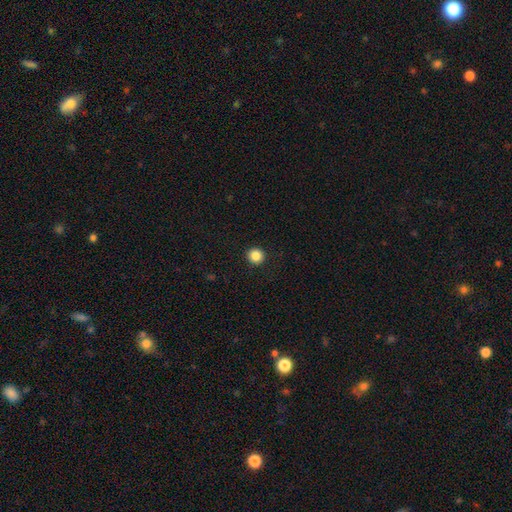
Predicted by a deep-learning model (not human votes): smooth-or-featured: smooth: 86% | star or artifact: 10% | featured or disk: 4%
  how-rounded: round: 95% | in between: 4% | cigar-shaped: 1%
  merging: none: 93% | minor disturbance: 4% | major disturbance: 2% | merger: 1%